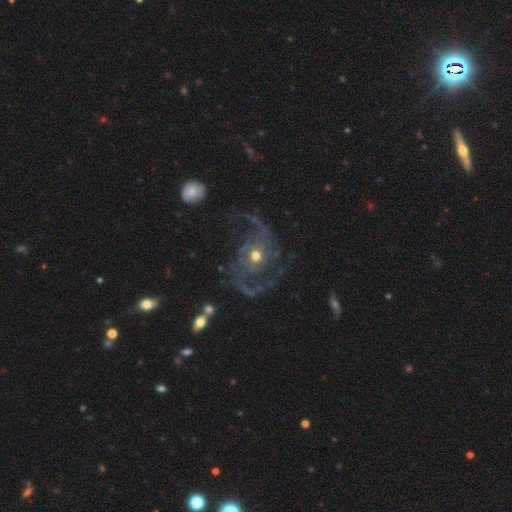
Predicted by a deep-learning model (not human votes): Smooth or featured? featured or disk (87%)
Edge-on disk? no (98%)
Bar? no (72%)
Spiral arms? yes (94%)
Spiral winding? loose (47%)
Spiral arm count? 2 (77%)
Bulge size? moderate (59%)
Merging? none (60%)